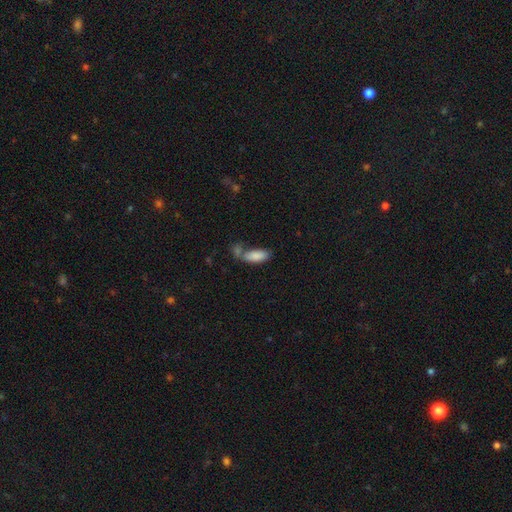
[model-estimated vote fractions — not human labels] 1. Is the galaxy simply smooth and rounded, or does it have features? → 85% smooth, 8% featured or disk, 7% star or artifact.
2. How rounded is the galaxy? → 81% in between, 17% cigar-shaped, 2% round.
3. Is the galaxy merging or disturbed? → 45% none, 33% merger, 16% minor disturbance, 7% major disturbance.